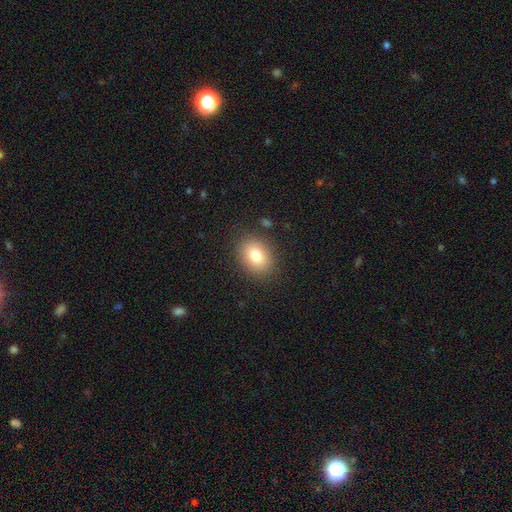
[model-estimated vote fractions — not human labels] smooth_or_featured: smooth (p=0.81) [alt: star or artifact p=0.10]
how_rounded: in between (p=0.62) [alt: round p=0.37]
merging: none (p=0.86) [alt: minor disturbance p=0.09]